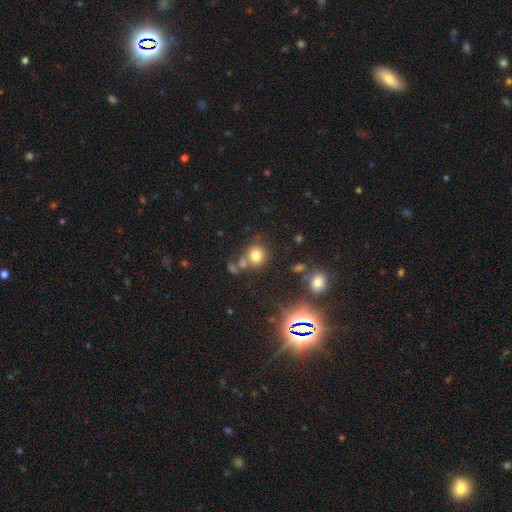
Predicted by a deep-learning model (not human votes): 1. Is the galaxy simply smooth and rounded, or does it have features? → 75% smooth, 16% star or artifact, 10% featured or disk.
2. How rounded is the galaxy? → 84% round, 15% in between, 1% cigar-shaped.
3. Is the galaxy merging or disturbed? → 62% none, 20% merger, 12% minor disturbance, 6% major disturbance.